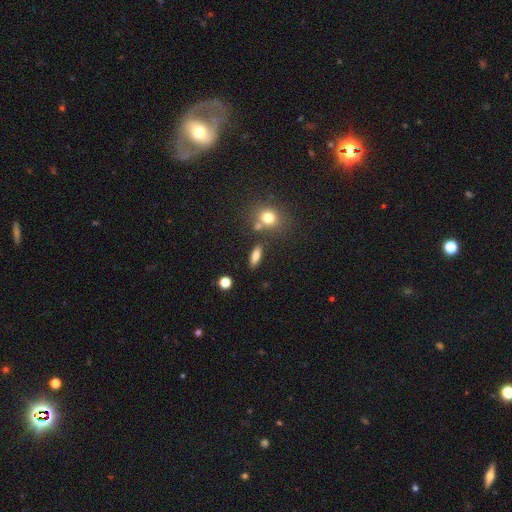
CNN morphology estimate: type=smooth (77%); roundness=in between (54%); merging=none (81%).